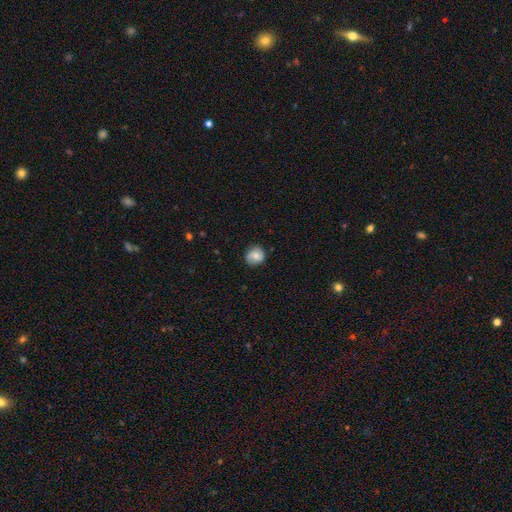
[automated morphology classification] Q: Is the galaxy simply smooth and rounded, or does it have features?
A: smooth — 67%.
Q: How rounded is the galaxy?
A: round — 83%.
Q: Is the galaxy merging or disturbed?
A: none — 80%.